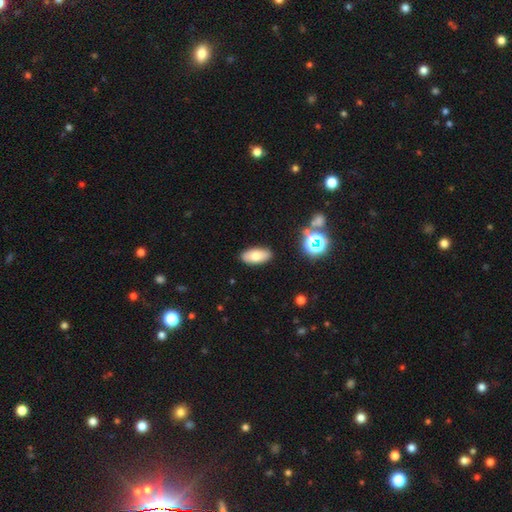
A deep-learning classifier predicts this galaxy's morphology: Overall: smooth (76%). How rounded: in between (90%). Merging: none (88%).